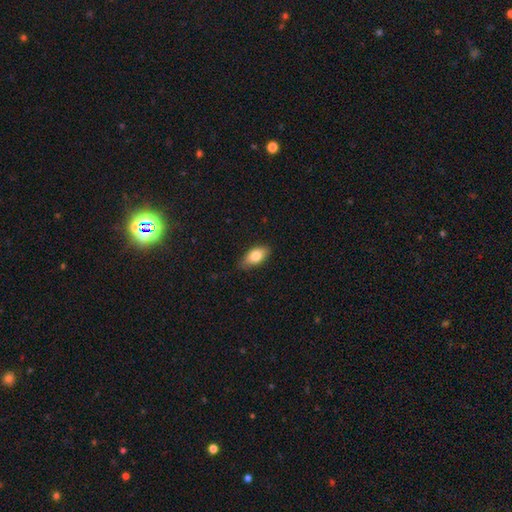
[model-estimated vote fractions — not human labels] Smooth or featured? Predicted: smooth (p=0.80). How rounded? Predicted: in between (p=0.89). Merging? Predicted: none (p=0.81).